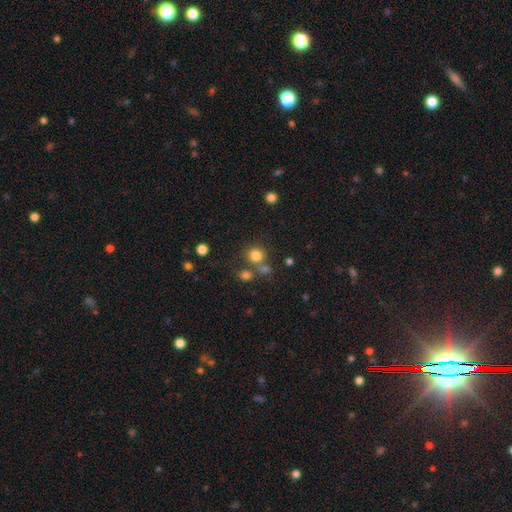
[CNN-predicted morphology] This appears to be a smooth galaxy with no disk features (78%) that is round (89%). Merging: none (66%).